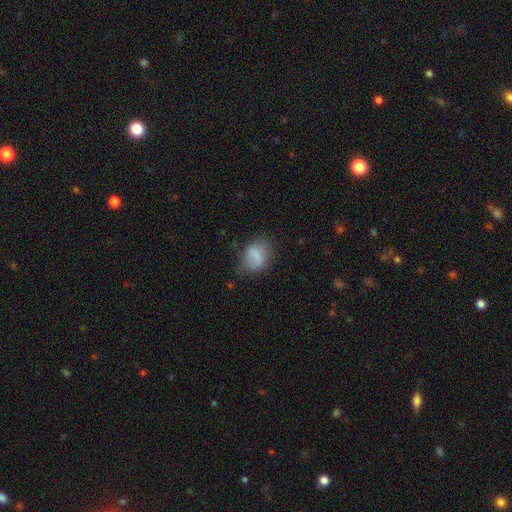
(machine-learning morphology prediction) type=smooth (76%); roundness=in between (55%); merging=none (66%).